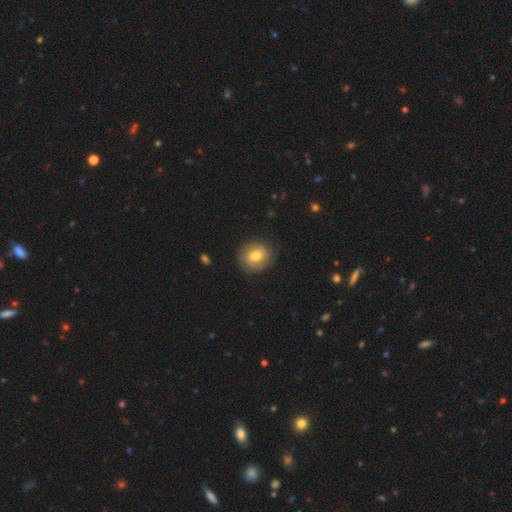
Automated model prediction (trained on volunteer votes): Smooth or featured? smooth (64%)
How rounded? round (80%)
Merging? none (82%)